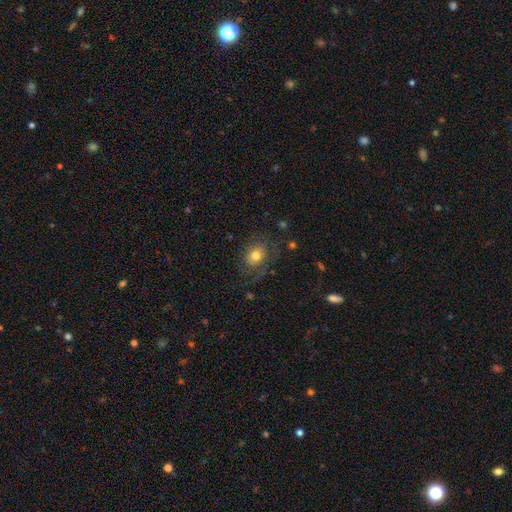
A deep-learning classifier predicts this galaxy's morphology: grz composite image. It shows a smooth galaxy with no disk features (70%) that is in between round and cigar-shaped (56%). Merging: none (66%).